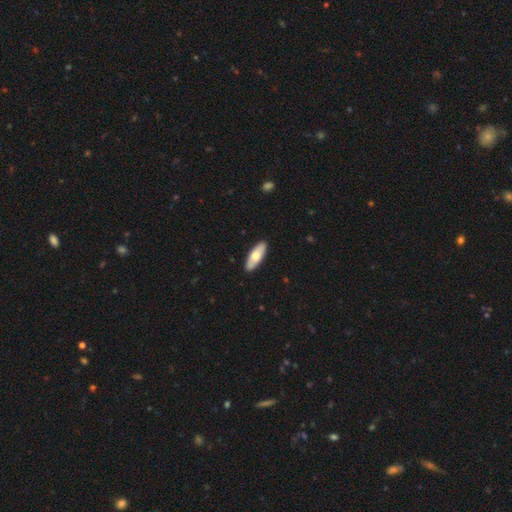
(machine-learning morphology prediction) The model was most divided on "smooth or featured": smooth: 61%, featured or disk: 34%, star or artifact: 5%. More confident: merging — none (90%); how rounded — in between (71%).